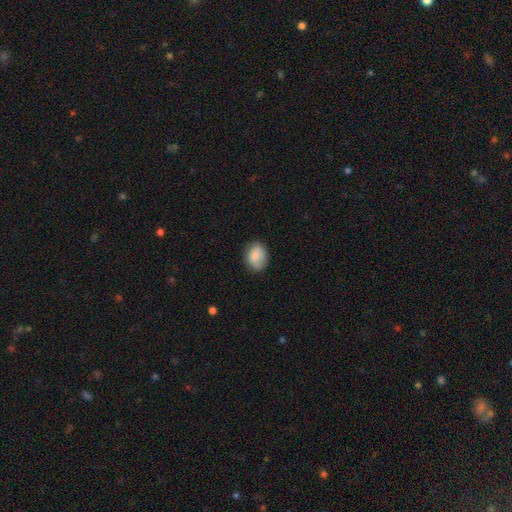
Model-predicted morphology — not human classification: Smooth or featured? smooth (84%)
How rounded? in between (64%)
Merging? none (74%)